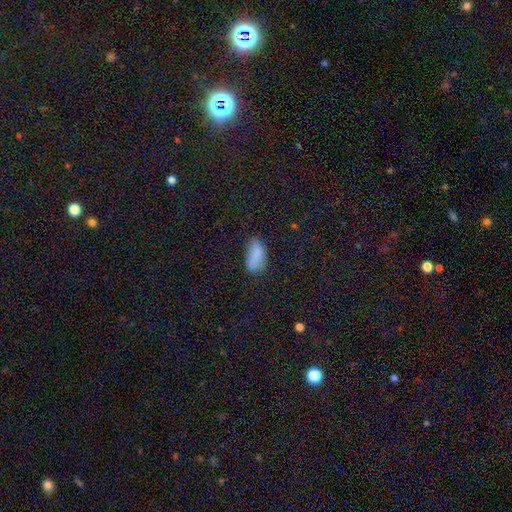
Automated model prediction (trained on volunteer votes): smooth_or_featured: smooth (p=0.81) [alt: star or artifact p=0.10]
how_rounded: in between (p=0.90) [alt: cigar-shaped p=0.07]
merging: none (p=0.56) [alt: minor disturbance p=0.29]